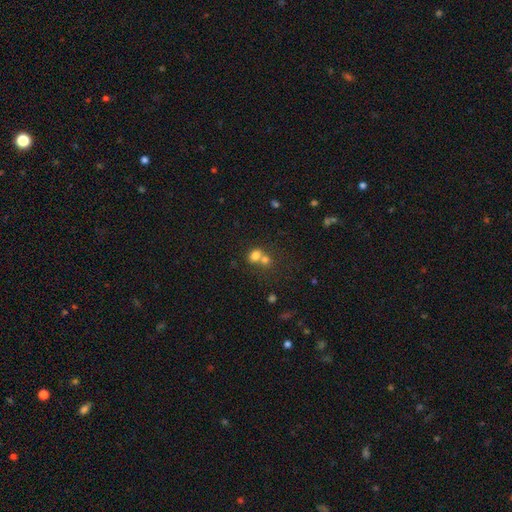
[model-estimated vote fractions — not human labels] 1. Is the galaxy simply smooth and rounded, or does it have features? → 76% smooth, 13% star or artifact, 11% featured or disk.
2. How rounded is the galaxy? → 60% round, 39% in between, 1% cigar-shaped.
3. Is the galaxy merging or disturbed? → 55% merger, 34% none, 7% minor disturbance, 4% major disturbance.